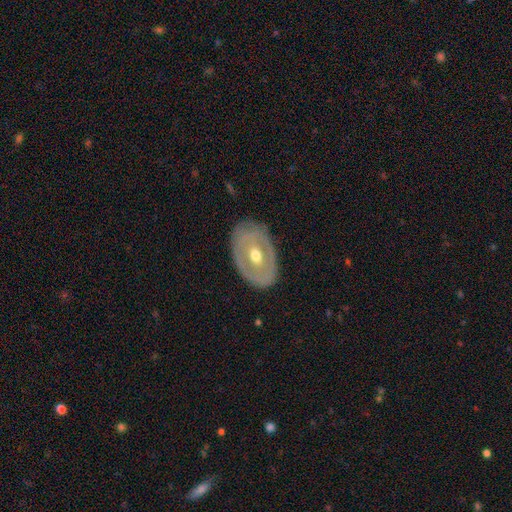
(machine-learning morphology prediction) A featured or disk galaxy (64%) with no bar (60%), no spiral arms (76%) and a moderate central bulge (73%). Merging: none (80%).